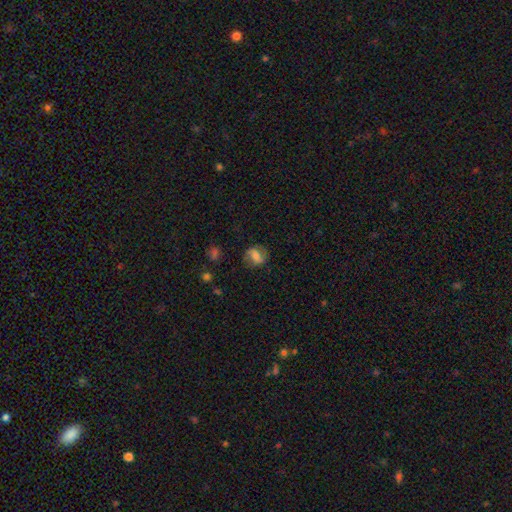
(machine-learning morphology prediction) This is possibly a featured or disk galaxy (47%). Merging: likely none (71%).